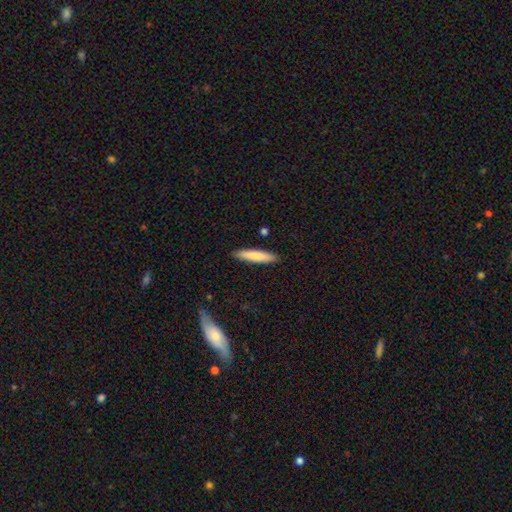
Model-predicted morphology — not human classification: Overall: smooth (78%). How rounded: cigar-shaped (87%). Merging: none (90%).